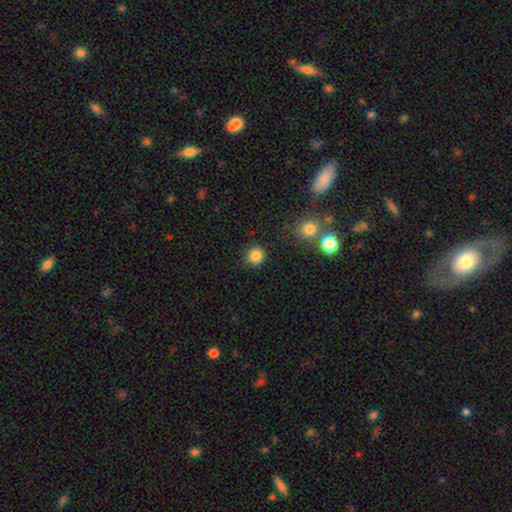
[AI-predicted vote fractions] smooth-or-featured: smooth: 85% | star or artifact: 11% | featured or disk: 4%
  how-rounded: round: 92% | in between: 7% | cigar-shaped: 1%
  merging: none: 88% | minor disturbance: 7% | merger: 2% | major disturbance: 2%